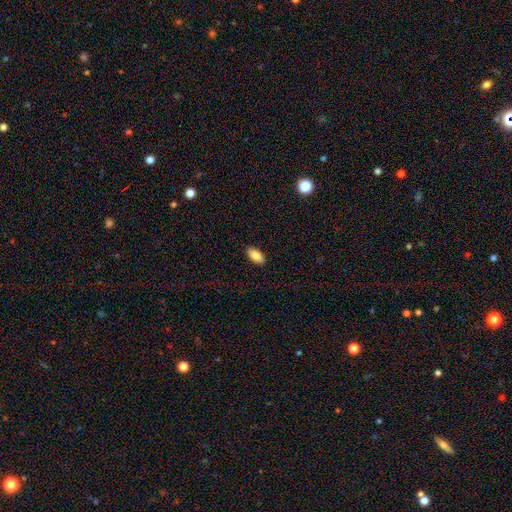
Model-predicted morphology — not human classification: This is clearly a smooth galaxy (87%). How rounded: clearly in between (92%). Merging: clearly none (89%).